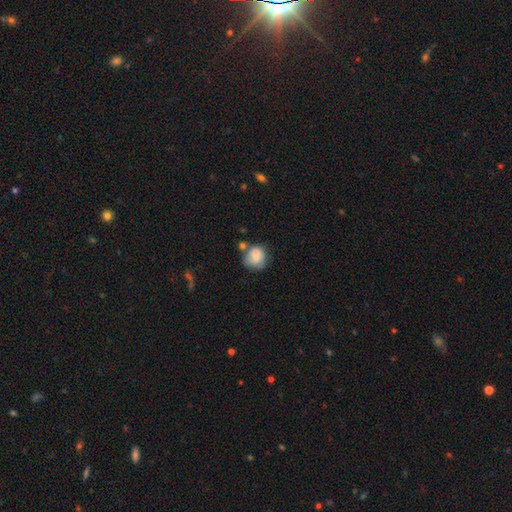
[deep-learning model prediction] Overall: smooth (75%). How rounded: round (76%). Merging: none (48%; minor disturbance 25%).